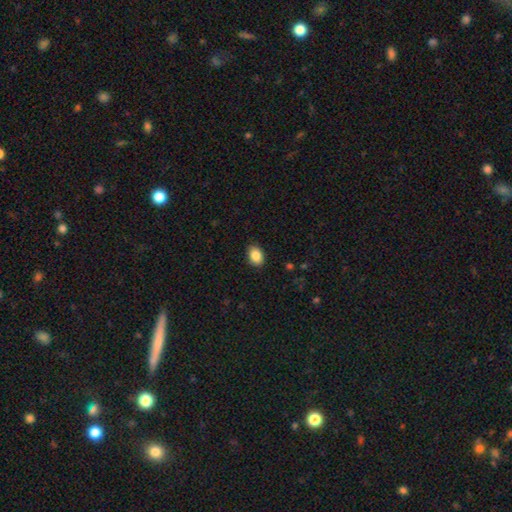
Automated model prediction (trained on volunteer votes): Morphology: type=smooth (86%); roundness=in between (77%); merging=none (89%).